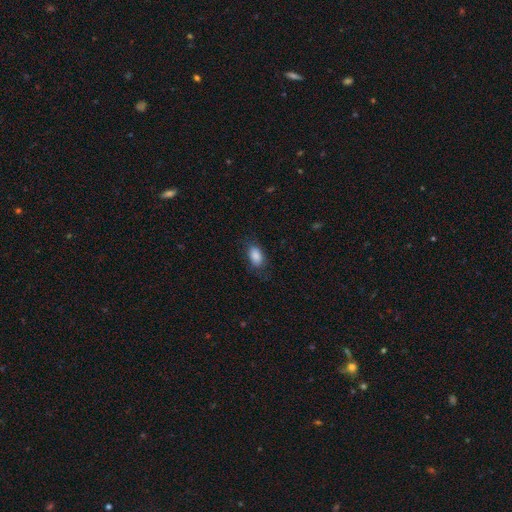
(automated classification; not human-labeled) This is clearly a smooth galaxy (86%). How rounded: clearly in between (91%). Merging: likely none (75%).